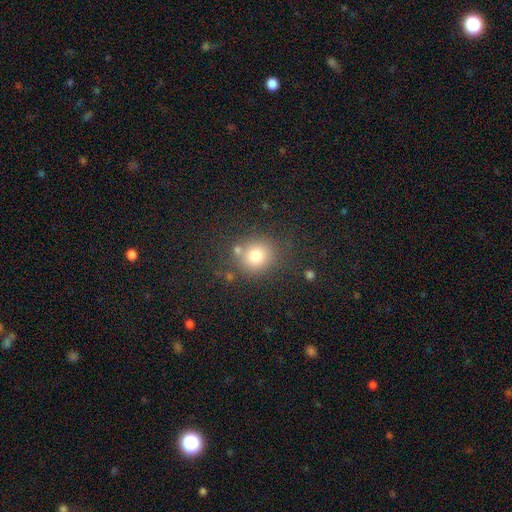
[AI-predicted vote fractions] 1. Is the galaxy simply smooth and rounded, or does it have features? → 76% smooth, 14% star or artifact, 10% featured or disk.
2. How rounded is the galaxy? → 84% round, 15% in between, 1% cigar-shaped.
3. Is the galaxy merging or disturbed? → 72% none, 12% merger, 12% minor disturbance, 5% major disturbance.